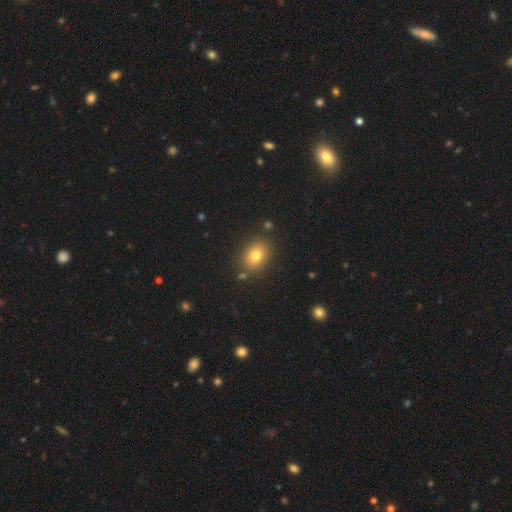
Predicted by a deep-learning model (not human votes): Overall: smooth (77%). How rounded: in between (65%; round 34%). Merging: none (83%).